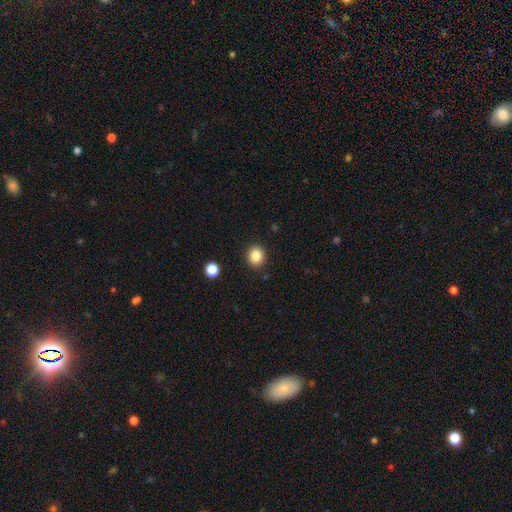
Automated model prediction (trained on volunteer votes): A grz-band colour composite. It shows a smooth galaxy with no disk features (85%) that is round (75%). Merging: none (90%).